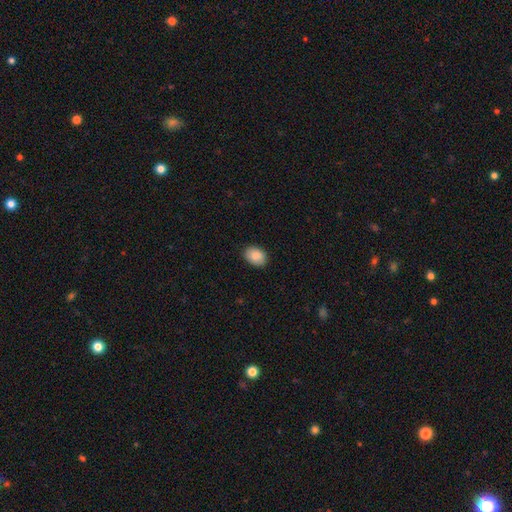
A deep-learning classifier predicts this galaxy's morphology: A smooth galaxy with no disk features (87%) that is in between round and cigar-shaped (78%). Merging: none (88%).